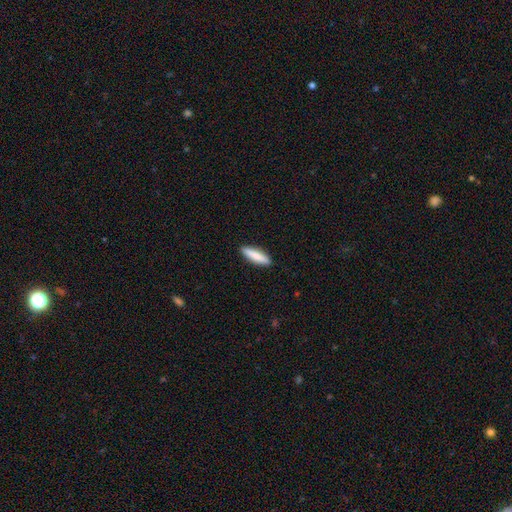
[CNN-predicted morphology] smooth 83%, featured or disk 12%, star or artifact 5%. Down the decision tree: how rounded — cigar-shaped (75%); merging — none (91%).